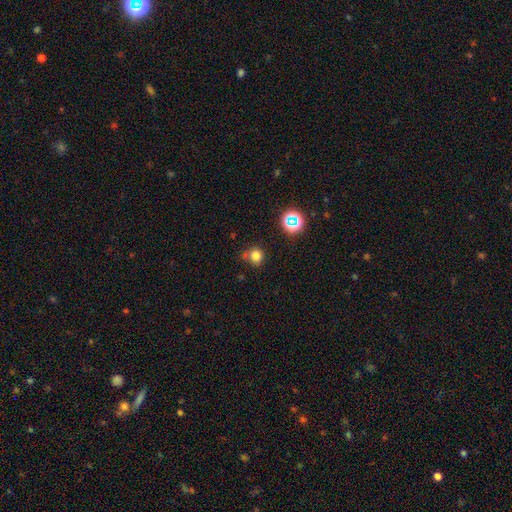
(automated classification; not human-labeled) This is likely a smooth galaxy (77%). How rounded: clearly round (87%). Merging: likely none (66%).